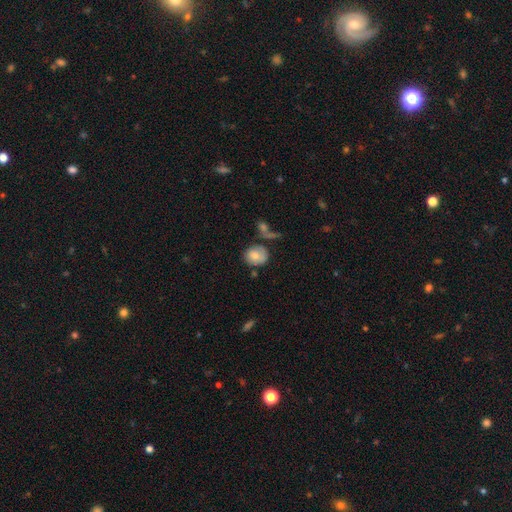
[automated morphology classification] This appears to be a smooth galaxy with no disk features (71%) that is round (69%). Merging: none (56%).